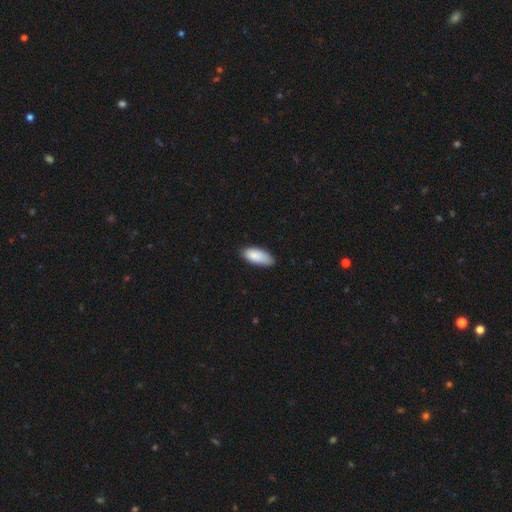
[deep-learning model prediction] This appears to be a smooth galaxy with no disk features (88%) that is in between round and cigar-shaped (86%). Merging: none (71%).